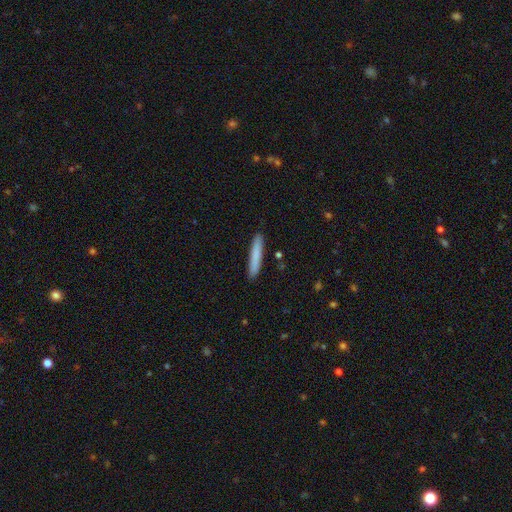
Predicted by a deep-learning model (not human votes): Q: Smooth or featured?
A: smooth (81%); runner-up: featured or disk (13%)
Q: How rounded?
A: cigar-shaped (94%); runner-up: in between (5%)
Q: Merging?
A: none (90%); runner-up: minor disturbance (7%)